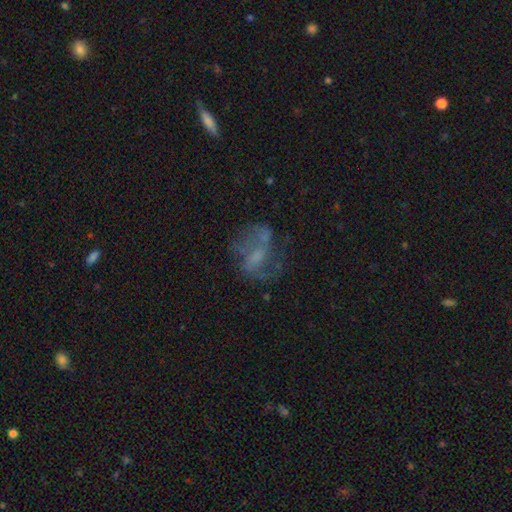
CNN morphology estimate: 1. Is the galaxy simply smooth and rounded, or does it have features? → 62% featured or disk, 24% smooth, 15% star or artifact.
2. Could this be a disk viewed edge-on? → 96% no, 4% yes.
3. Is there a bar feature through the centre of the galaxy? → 51% no, 37% weak, 12% strong.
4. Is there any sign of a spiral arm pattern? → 57% yes, 43% no.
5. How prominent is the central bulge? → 36% none, 31% small, 26% moderate, 6% large, 1% dominant.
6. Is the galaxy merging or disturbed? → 47% none, 27% major disturbance, 18% minor disturbance, 8% merger.